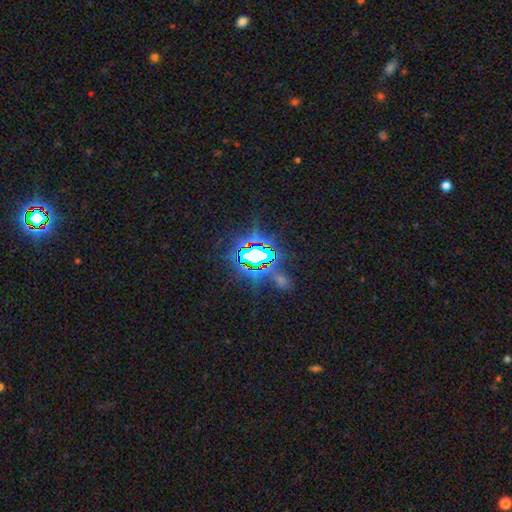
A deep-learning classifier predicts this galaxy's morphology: smooth-or-featured: star or artifact: 84% | smooth: 9% | featured or disk: 7%